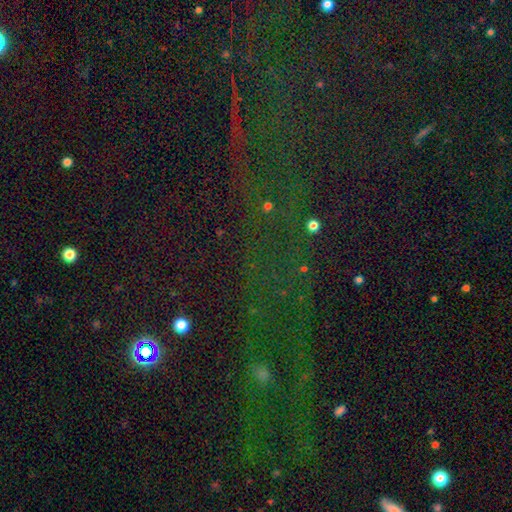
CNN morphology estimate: star or artifact 77%, smooth 13%, featured or disk 10%.